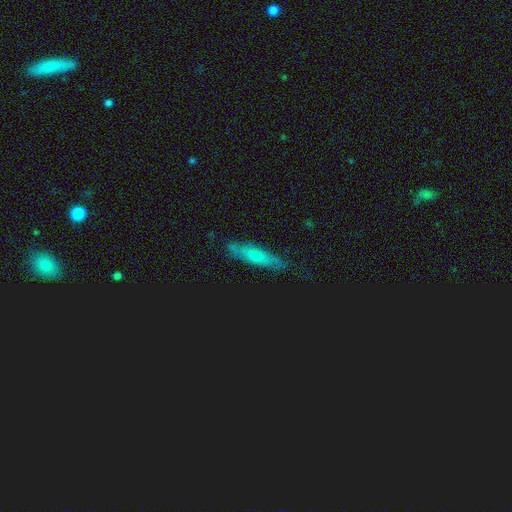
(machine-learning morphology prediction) The model was most divided on "smooth or featured": smooth: 47%, featured or disk: 35%, star or artifact: 17%. More confident: merging — none (80%).